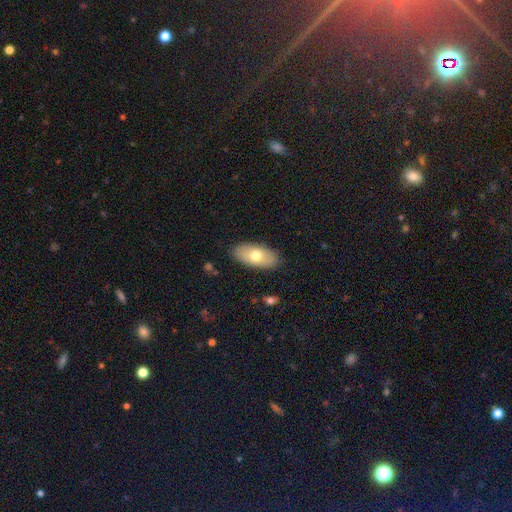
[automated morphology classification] Smooth or featured? Predicted: smooth (p=0.67). How rounded? Predicted: in between (p=0.92). Merging? Predicted: none (p=0.87).